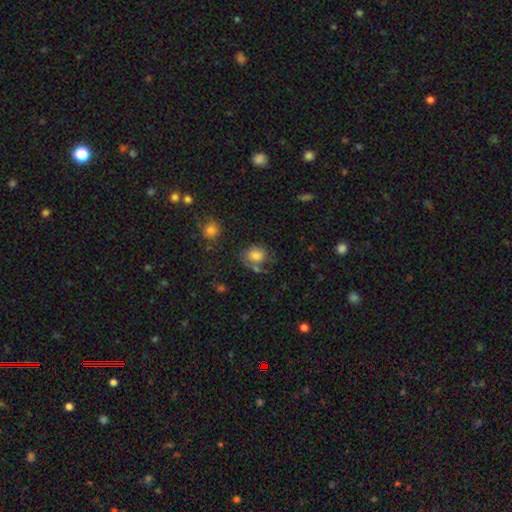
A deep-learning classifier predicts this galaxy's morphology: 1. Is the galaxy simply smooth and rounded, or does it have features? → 73% smooth, 16% featured or disk, 11% star or artifact.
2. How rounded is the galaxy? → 51% in between, 48% round, 1% cigar-shaped.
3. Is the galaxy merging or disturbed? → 46% none, 23% minor disturbance, 15% major disturbance, 15% merger.